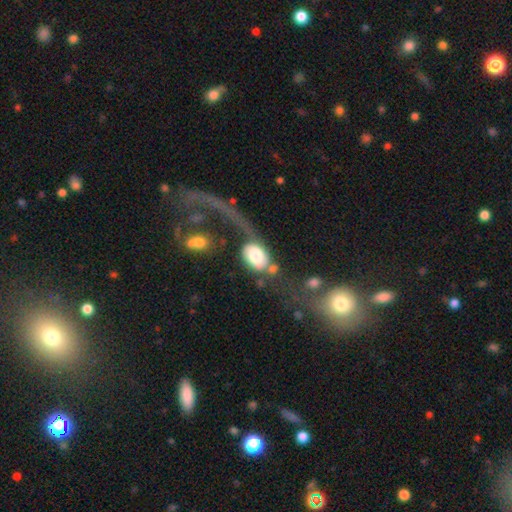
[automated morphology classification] This appears to be a smooth galaxy with no disk features (64%) that is in between round and cigar-shaped (79%). Merging: major disturbance (41%).